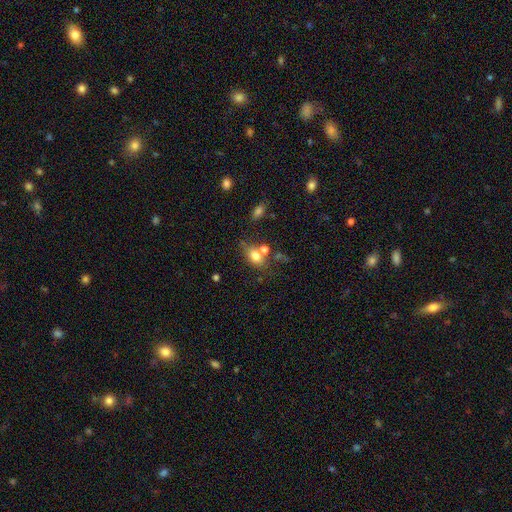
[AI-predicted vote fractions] smooth 75%, featured or disk 14%, star or artifact 11%. Down the decision tree: how rounded — in between (75%); merging — none (48%).